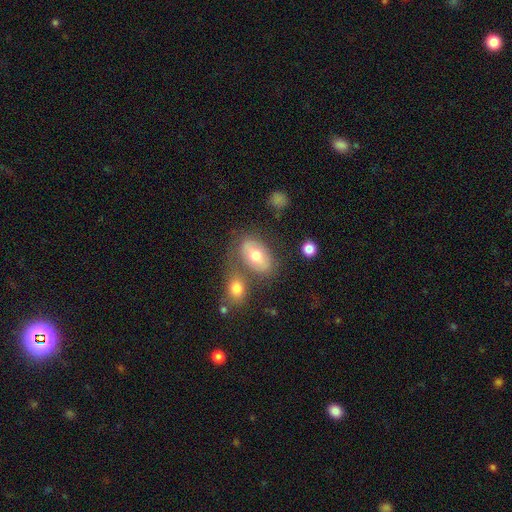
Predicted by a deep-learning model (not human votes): Smooth or featured: smooth — 66% (featured or disk — 27%)
How rounded: in between — 89% (round — 9%)
Merging: none — 55% (merger — 24%)